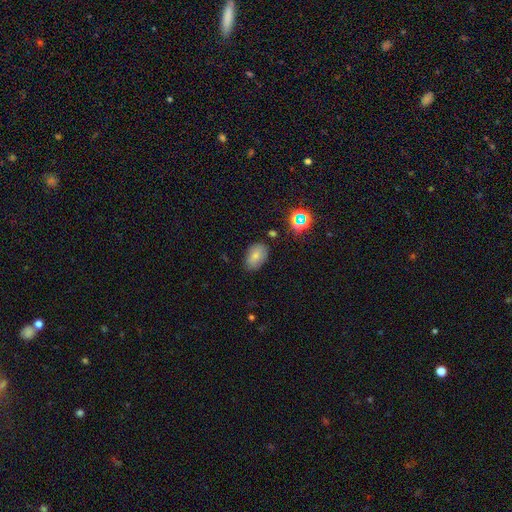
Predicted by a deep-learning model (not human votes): smooth_or_featured: smooth (p=0.75) [alt: featured or disk p=0.13]
how_rounded: in between (p=0.86) [alt: round p=0.13]
merging: none (p=0.77) [alt: minor disturbance p=0.17]